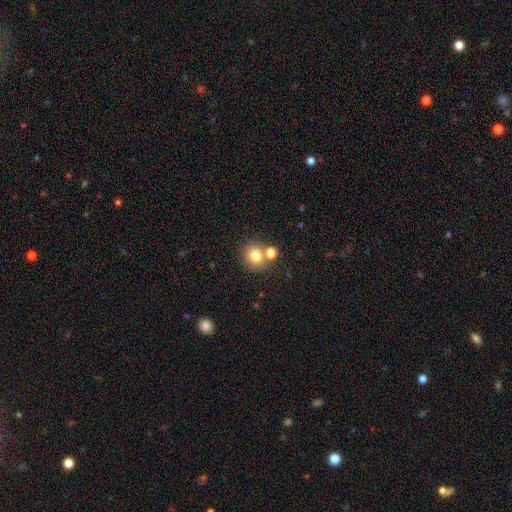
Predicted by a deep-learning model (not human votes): smooth_or_featured: smooth (p=0.79) [alt: star or artifact p=0.12]
how_rounded: round (p=0.84) [alt: in between p=0.15]
merging: none (p=0.63) [alt: merger p=0.26]